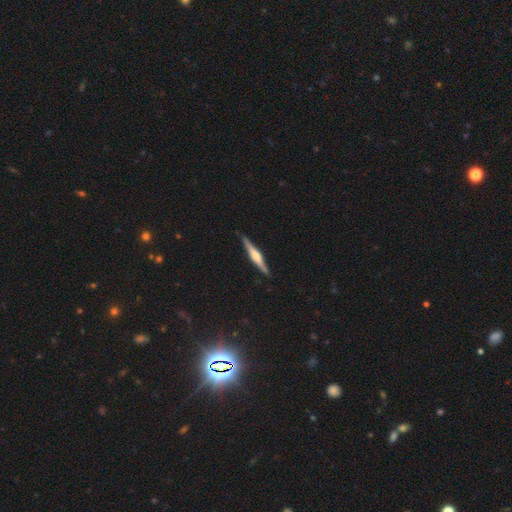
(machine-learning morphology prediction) featured or disk 70%, smooth 25%, star or artifact 5%. Down the decision tree: edge-on disk — yes (98%); edge-on bulge — rounded (75%); merging — none (90%).